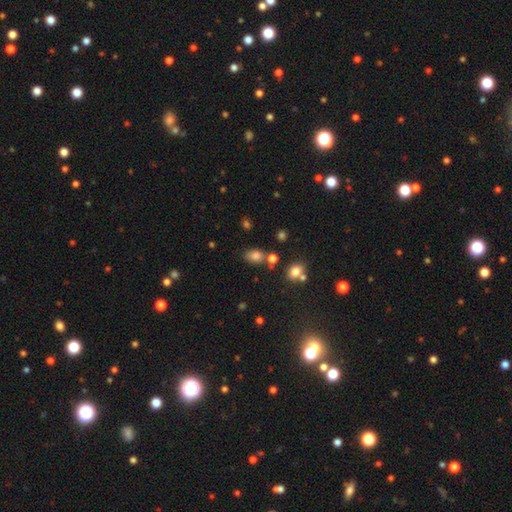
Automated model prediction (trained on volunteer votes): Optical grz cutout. It shows a smooth galaxy with no disk features (78%) that is in between round and cigar-shaped (73%). Merging: none (66%).